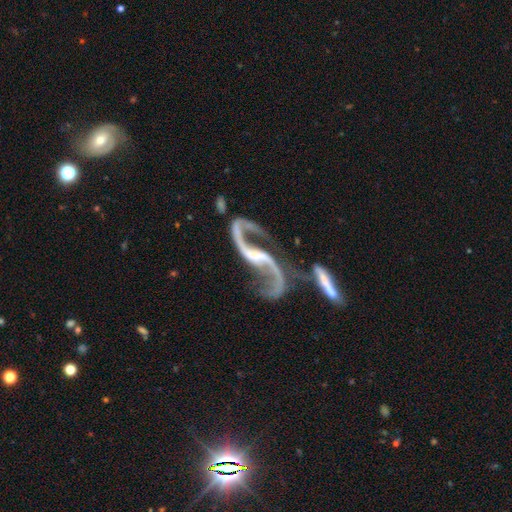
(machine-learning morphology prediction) A featured or disk galaxy (92%) with a weak bar (39%), 2 (93%) loose (87%) spiral arms (96%) and a small central bulge (36%).

Vote fractions:
- Smooth or featured? featured or disk: 92% / star or artifact: 5% / smooth: 3%
- Edge-on disk? no: 96% / yes: 4%
- Bar? weak: 39% / strong: 33% / no: 28%
- Spiral arms? yes: 96% / no: 4%
- Spiral winding? loose: 87% / medium: 10% / tight: 3%
- Spiral arm count? 2: 93% / 1: 3% / can't tell: 1% / 3: 1% / 4: 1% / more than 4: 1%
- Bulge size? small: 36% / none: 31% / moderate: 23% / large: 8% / dominant: 2%
- Merging? none: 44% / merger: 26% / major disturbance: 16% / minor disturbance: 14%